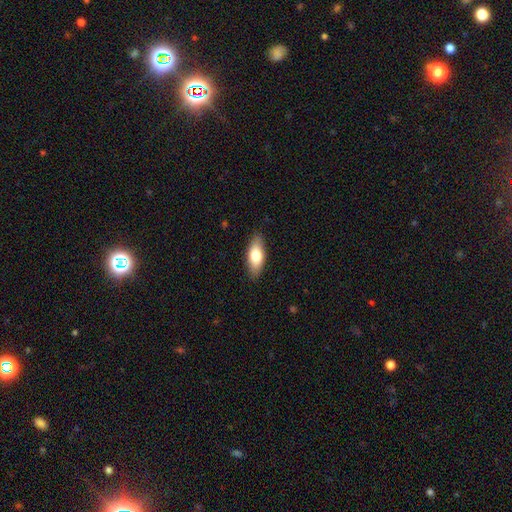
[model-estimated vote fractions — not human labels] Smooth or featured: smooth — 73% (featured or disk — 21%)
How rounded: in between — 78% (cigar-shaped — 20%)
Merging: none — 87% (minor disturbance — 10%)